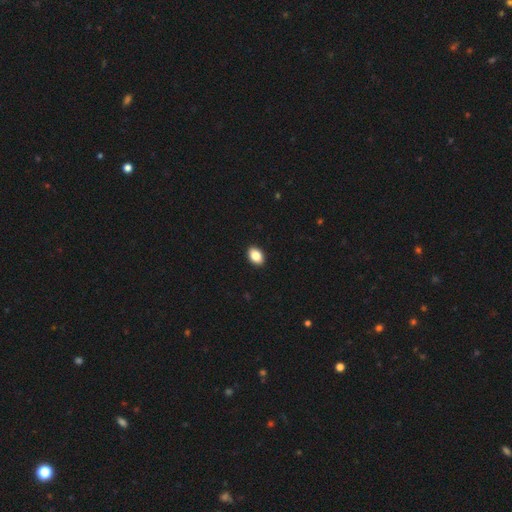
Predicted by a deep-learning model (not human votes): Smooth or featured? smooth (86%)
How rounded? in between (86%)
Merging? none (92%)